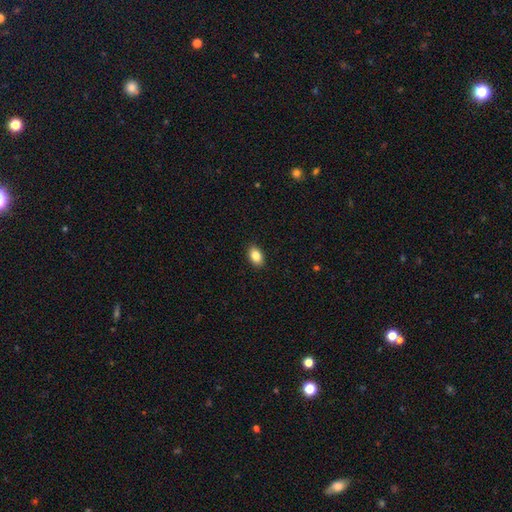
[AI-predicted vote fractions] Smooth or featured?
  - smooth: 85% *
  - star or artifact: 8%
  - featured or disk: 7%
How rounded?
  - in between: 89% *
  - round: 9%
  - cigar-shaped: 2%
Merging?
  - none: 90% *
  - minor disturbance: 7%
  - major disturbance: 2%
  - merger: 1%